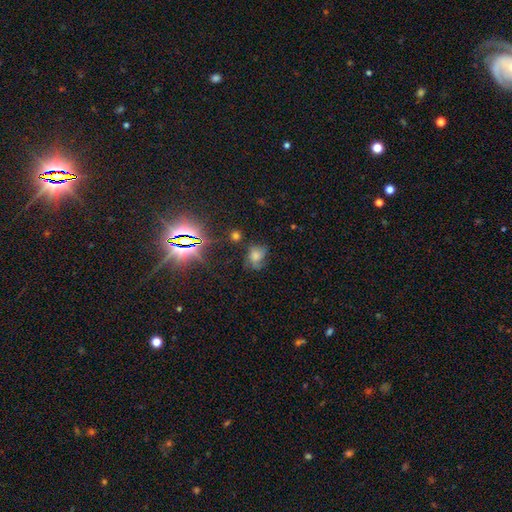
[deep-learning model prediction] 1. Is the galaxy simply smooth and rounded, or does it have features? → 44% star or artifact, 34% smooth, 22% featured or disk.